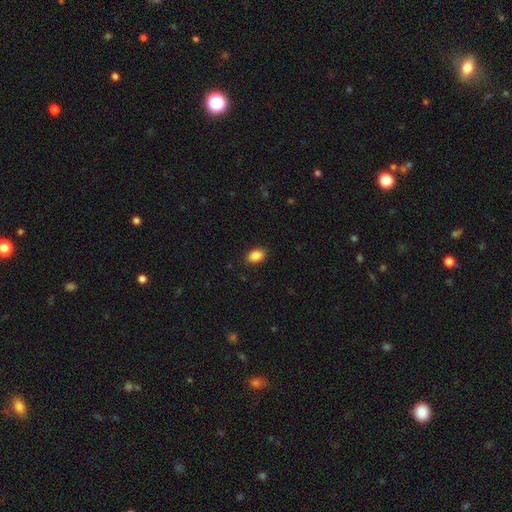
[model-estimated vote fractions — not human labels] Morphology: type=smooth (88%); roundness=in between (85%); merging=none (89%).